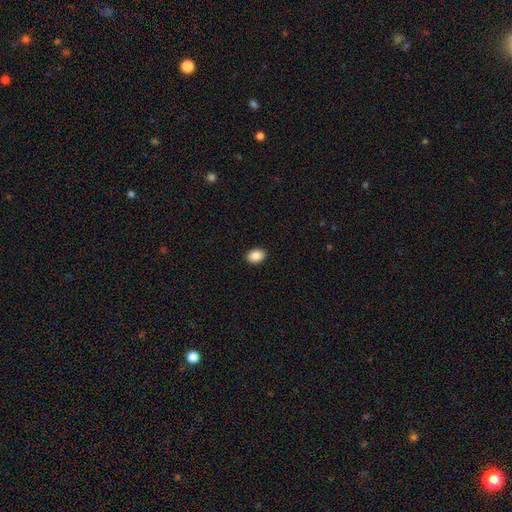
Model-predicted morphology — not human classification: smooth-or-featured: smooth: 88% | star or artifact: 8% | featured or disk: 4%
  how-rounded: in between: 74% | round: 25% | cigar-shaped: 1%
  merging: none: 91% | minor disturbance: 7% | major disturbance: 2% | merger: 1%